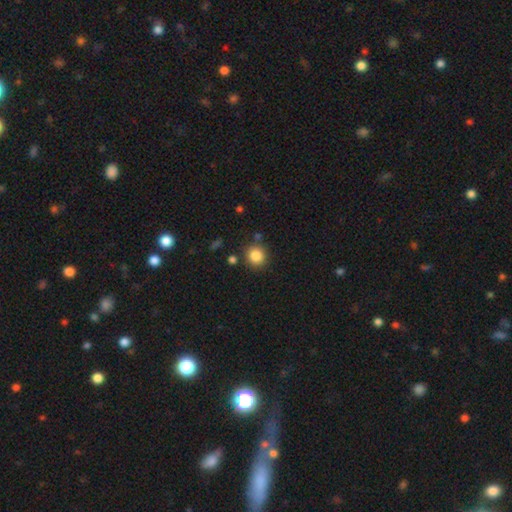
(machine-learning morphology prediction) Smooth or featured: smooth — 85% (star or artifact — 10%)
How rounded: round — 90% (in between — 9%)
Merging: none — 84% (minor disturbance — 8%)